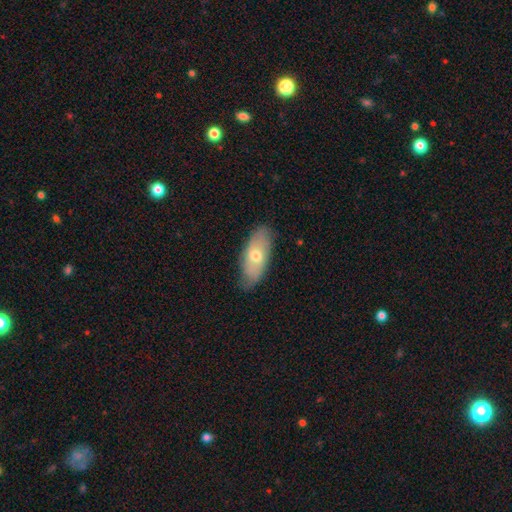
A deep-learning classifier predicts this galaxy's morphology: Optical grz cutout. It shows a smooth galaxy with no disk features (60%) that is in between round and cigar-shaped (86%). Merging: none (77%).